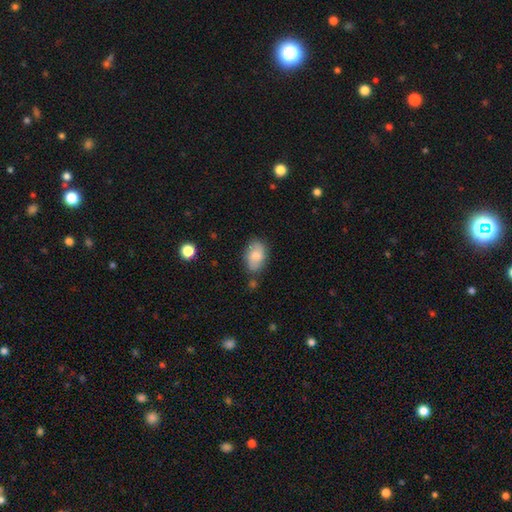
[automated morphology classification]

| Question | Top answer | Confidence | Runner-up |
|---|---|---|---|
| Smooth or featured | smooth | 69% | featured or disk (23%) |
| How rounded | in between | 88% | round (10%) |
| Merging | none | 69% | minor disturbance (21%) |